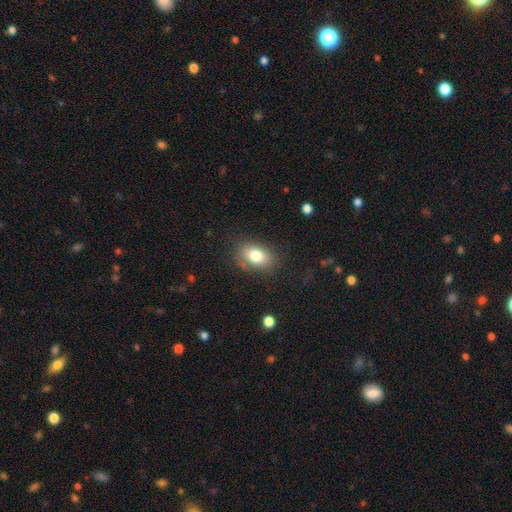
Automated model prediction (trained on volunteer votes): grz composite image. It shows a smooth galaxy with no disk features (78%) that is in between round and cigar-shaped (79%). Merging: none (80%).